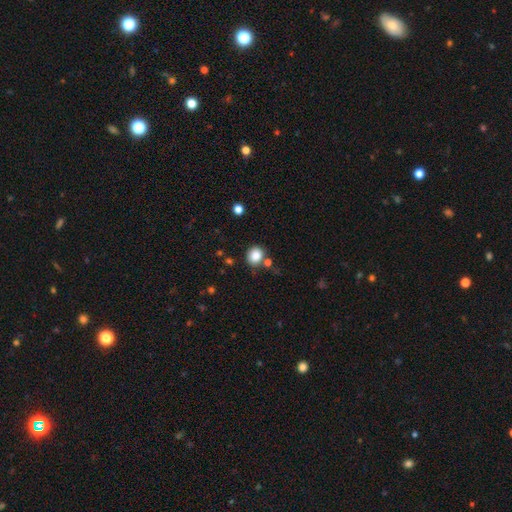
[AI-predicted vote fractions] smooth_or_featured: smooth (p=0.85) [alt: star or artifact p=0.10]
how_rounded: round (p=0.77) [alt: in between p=0.22]
merging: none (p=0.76) [alt: minor disturbance p=0.11]